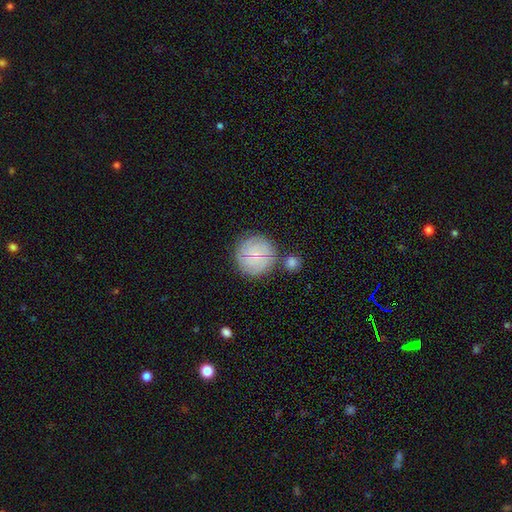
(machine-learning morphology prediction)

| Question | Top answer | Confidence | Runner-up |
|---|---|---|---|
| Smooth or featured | smooth | 49% | featured or disk (41%) |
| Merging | none | 68% | minor disturbance (14%) |